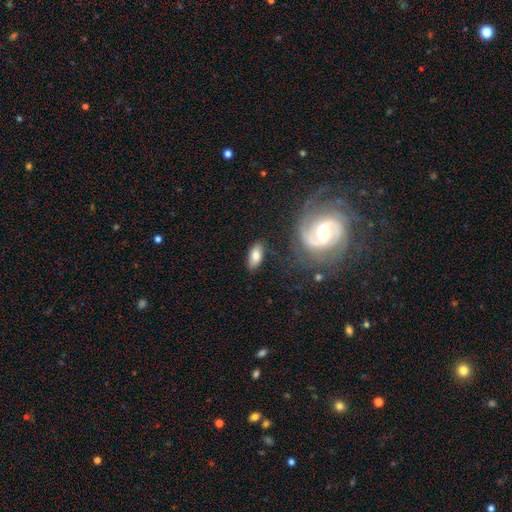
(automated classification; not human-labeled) The model was most divided on "smooth or featured": smooth: 75%, featured or disk: 17%, star or artifact: 8%. More confident: how rounded — in between (86%); merging — none (79%).